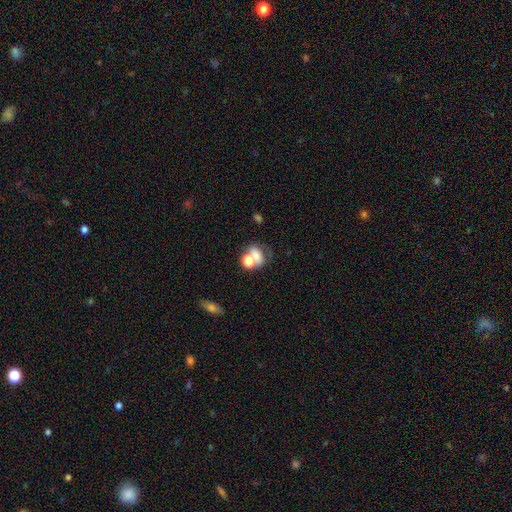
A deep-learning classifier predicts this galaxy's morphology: A smooth galaxy with no disk features (62%) that is in between round and cigar-shaped (53%).

Vote fractions:
- Smooth or featured? smooth: 62% / featured or disk: 21% / star or artifact: 18%
- How rounded? in between: 53% / round: 44% / cigar-shaped: 3%
- Merging? merger: 44% / none: 32% / minor disturbance: 12% / major disturbance: 12%